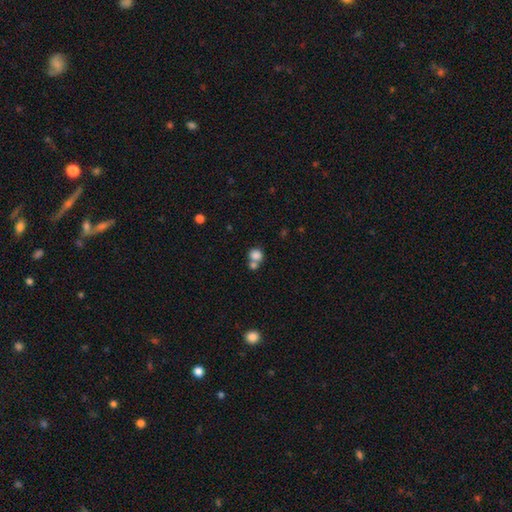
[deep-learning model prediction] Smooth or featured? smooth (81%)
How rounded? round (73%)
Merging? merger (48%)